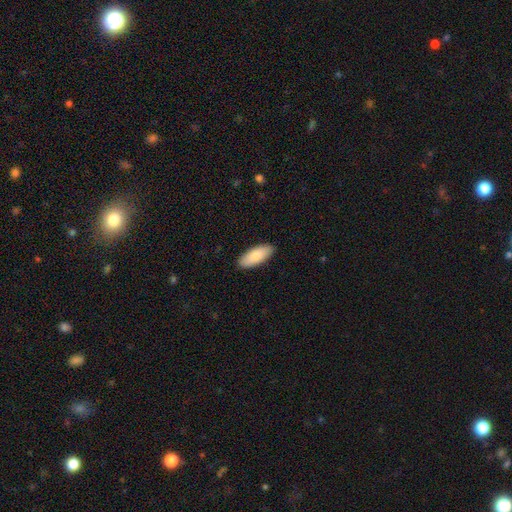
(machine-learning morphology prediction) type=smooth (87%); roundness=in between (79%); merging=none (90%).